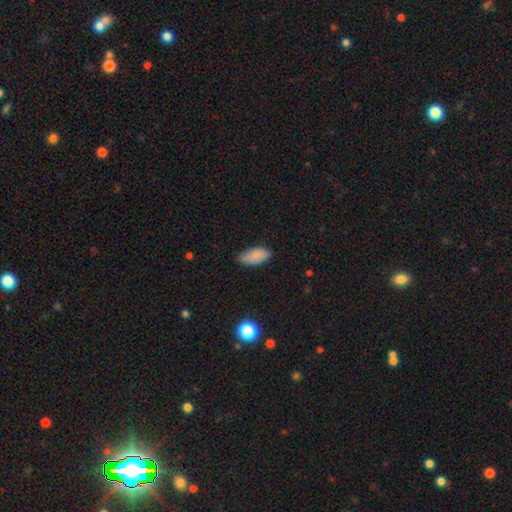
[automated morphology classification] Smooth or featured: smooth — 86% (star or artifact — 7%)
How rounded: in between — 92% (cigar-shaped — 6%)
Merging: none — 75% (minor disturbance — 21%)